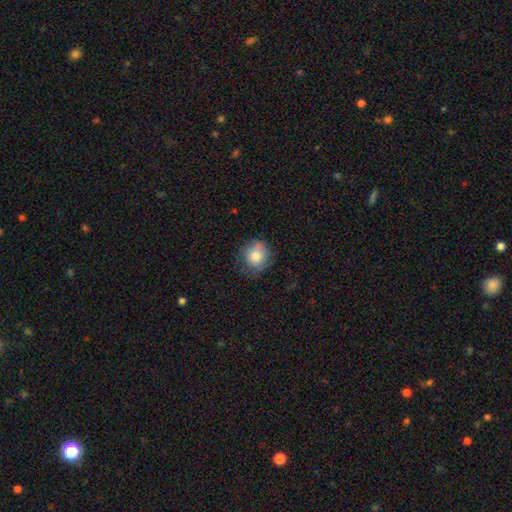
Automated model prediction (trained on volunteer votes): Overall: smooth (78%). How rounded: round (85%). Merging: none (67%).